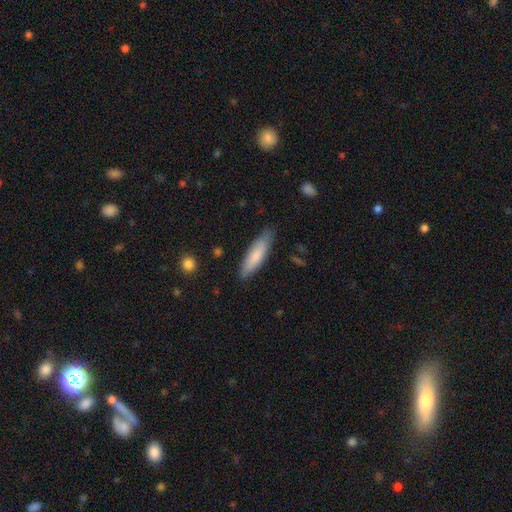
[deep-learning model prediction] smooth 78%, featured or disk 16%, star or artifact 5%. Down the decision tree: how rounded — cigar-shaped (61%); merging — none (80%).